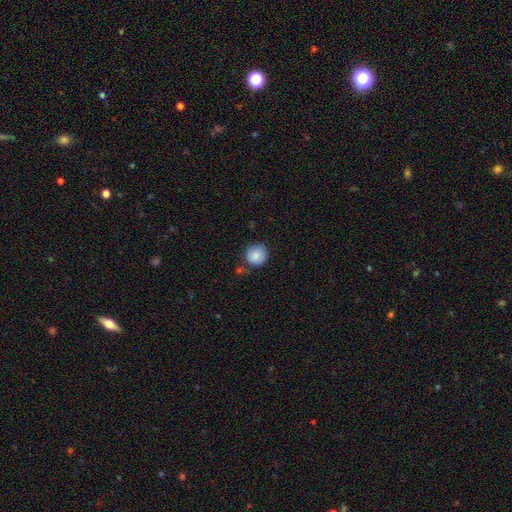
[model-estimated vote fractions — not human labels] smooth_or_featured: smooth (p=0.86) [alt: star or artifact p=0.08]
how_rounded: round (p=0.94) [alt: in between p=0.05]
merging: none (p=0.81) [alt: minor disturbance p=0.12]